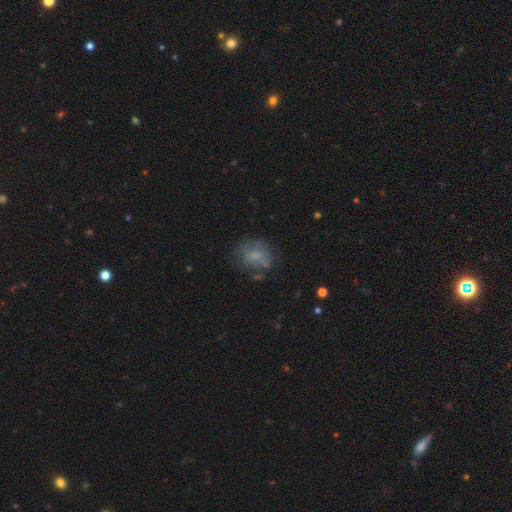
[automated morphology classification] type=smooth (60%); roundness=round (55%); merging=none (55%).